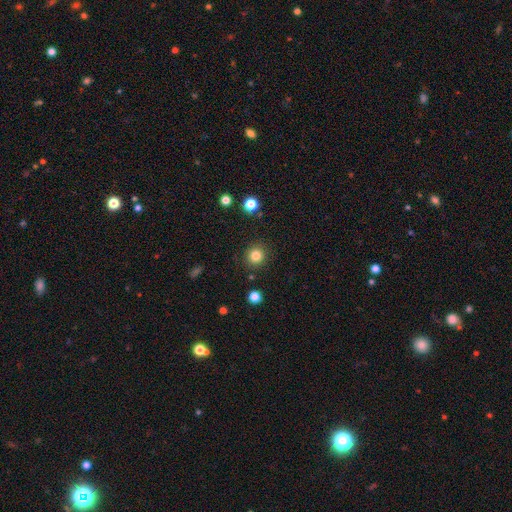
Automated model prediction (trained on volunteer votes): smooth 83%, star or artifact 12%, featured or disk 5%. Down the decision tree: how rounded — round (91%); merging — none (89%).